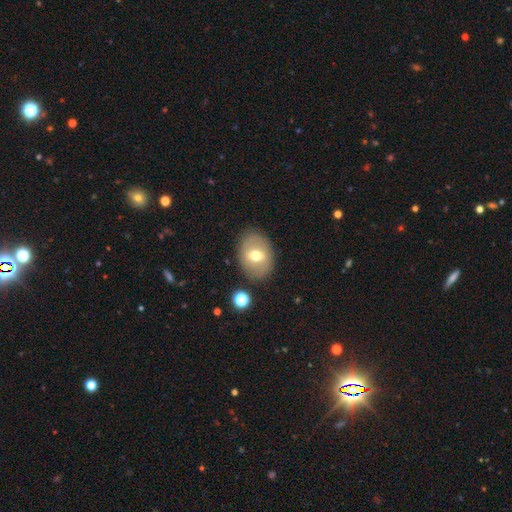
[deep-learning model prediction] smooth-or-featured: smooth: 58% | featured or disk: 34% | star or artifact: 8%
  how-rounded: in between: 65% | round: 34% | cigar-shaped: 1%
  merging: none: 83% | minor disturbance: 11% | major disturbance: 4% | merger: 3%